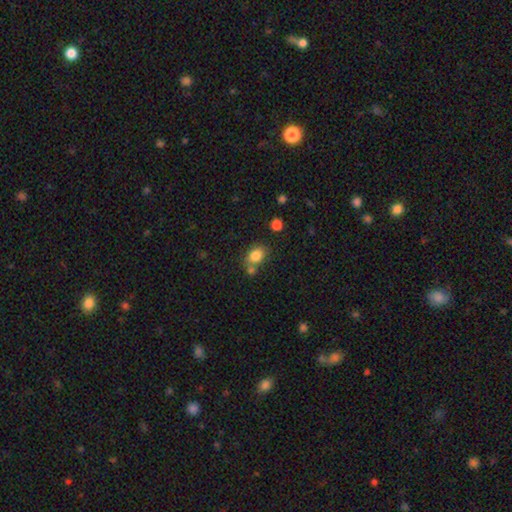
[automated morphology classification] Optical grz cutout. It shows a smooth galaxy with no disk features (83%) that is in between round and cigar-shaped (63%). Merging: none (55%).